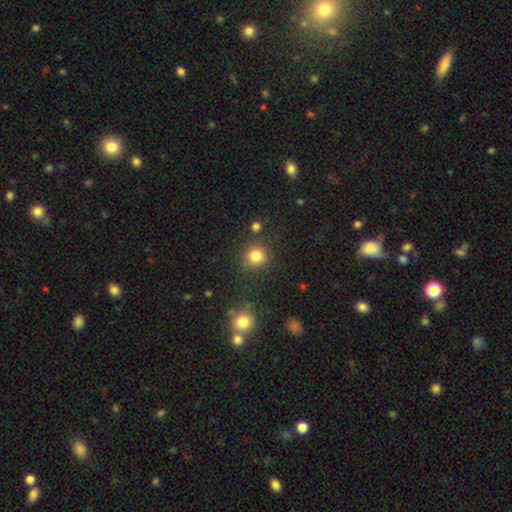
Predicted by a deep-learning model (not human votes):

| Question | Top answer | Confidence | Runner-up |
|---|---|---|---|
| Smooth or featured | smooth | 81% | star or artifact (13%) |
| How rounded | round | 91% | in between (8%) |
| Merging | none | 84% | minor disturbance (8%) |